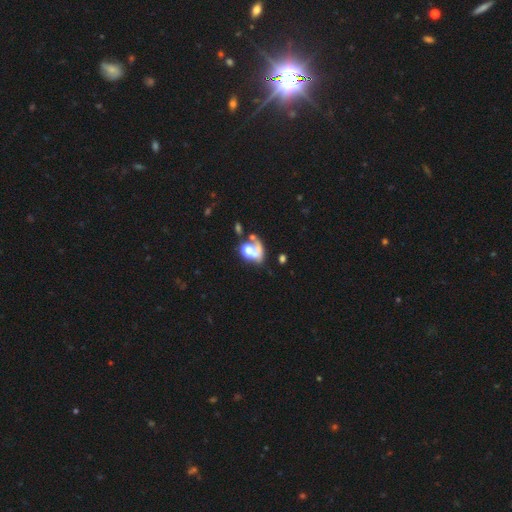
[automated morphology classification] Overall: featured or disk (50%; smooth 40%). Merging: major disturbance (35%; merger 29%).